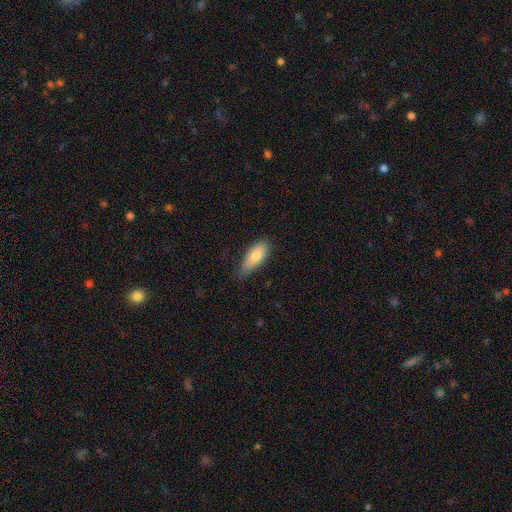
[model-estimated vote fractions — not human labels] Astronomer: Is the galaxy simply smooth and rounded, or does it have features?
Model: smooth — 81%.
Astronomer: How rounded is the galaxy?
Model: in between — 79%.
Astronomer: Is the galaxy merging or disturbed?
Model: none — 62%.